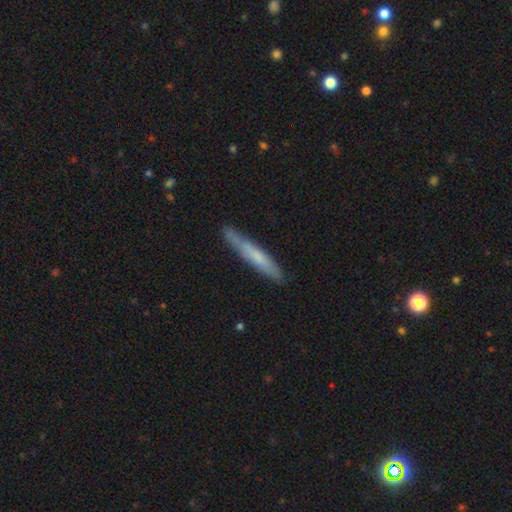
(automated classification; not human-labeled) A smooth galaxy with no disk features (58%) that is cigar-shaped (95%). Merging: none (81%).